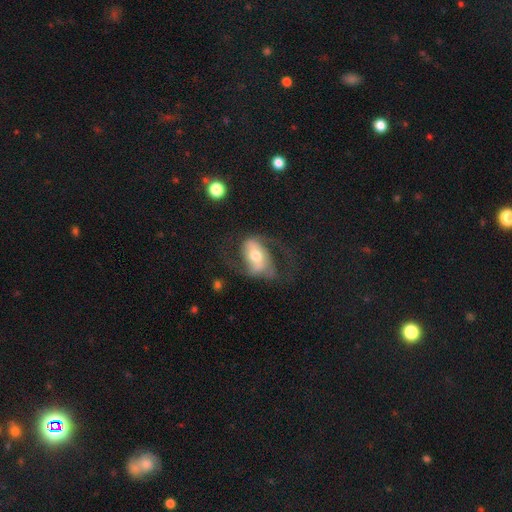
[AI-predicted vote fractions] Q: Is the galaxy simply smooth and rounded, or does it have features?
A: featured or disk — 73%.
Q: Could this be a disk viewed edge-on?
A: no — 95%.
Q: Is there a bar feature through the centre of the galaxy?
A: strong — 35%, tied with weak.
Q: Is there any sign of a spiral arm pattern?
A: yes — 86%.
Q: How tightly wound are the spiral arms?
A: loose — 48%.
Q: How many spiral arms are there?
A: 2 — 86%.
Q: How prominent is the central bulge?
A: moderate — 68%.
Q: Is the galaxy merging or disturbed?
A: none — 55%.